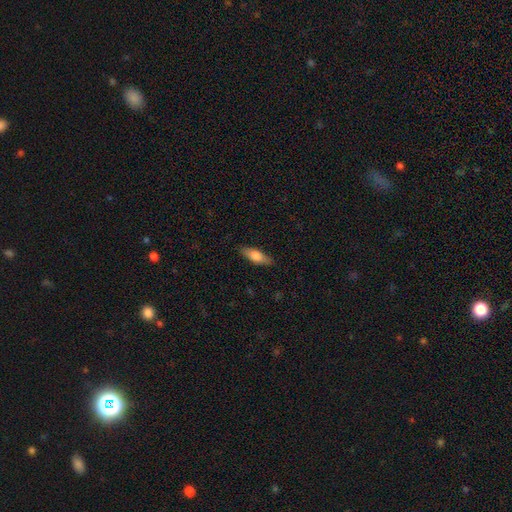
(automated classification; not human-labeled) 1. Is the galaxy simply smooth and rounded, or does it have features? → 73% smooth, 21% featured or disk, 6% star or artifact.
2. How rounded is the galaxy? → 62% in between, 36% cigar-shaped, 2% round.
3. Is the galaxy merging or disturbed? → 85% none, 11% minor disturbance, 2% major disturbance, 1% merger.